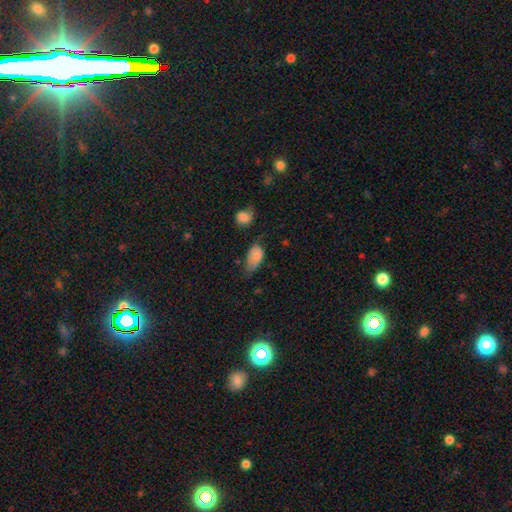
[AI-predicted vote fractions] Smooth or featured?
  - smooth: 79% *
  - featured or disk: 11%
  - star or artifact: 9%
How rounded?
  - in between: 90% *
  - round: 6%
  - cigar-shaped: 3%
Merging?
  - minor disturbance: 41% *
  - none: 29%
  - major disturbance: 23%
  - merger: 7%